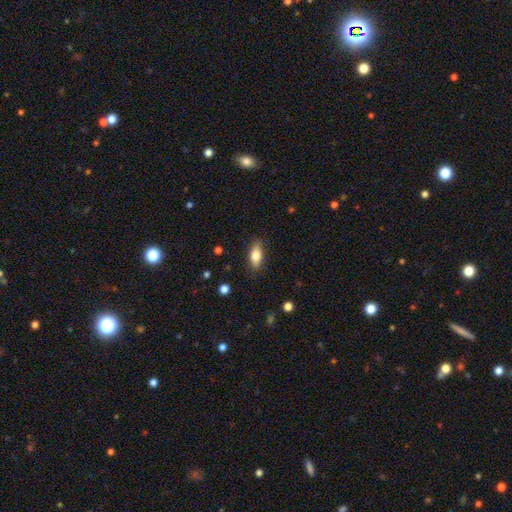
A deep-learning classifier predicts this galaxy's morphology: Smooth or featured? Predicted: smooth (p=0.75). How rounded? Predicted: in between (p=0.79). Merging? Predicted: none (p=0.83).